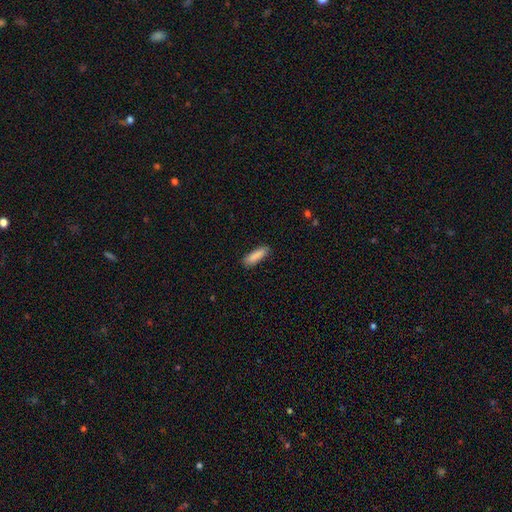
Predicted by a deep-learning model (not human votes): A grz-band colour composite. It shows a smooth galaxy with no disk features (88%) that is cigar-shaped (62%). Merging: none (85%).